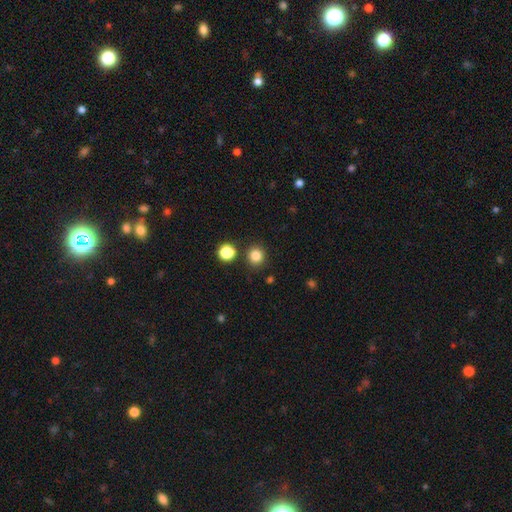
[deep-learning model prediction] Q: Smooth or featured?
A: smooth (83%); runner-up: star or artifact (12%)
Q: How rounded?
A: round (91%); runner-up: in between (9%)
Q: Merging?
A: none (86%); runner-up: minor disturbance (7%)